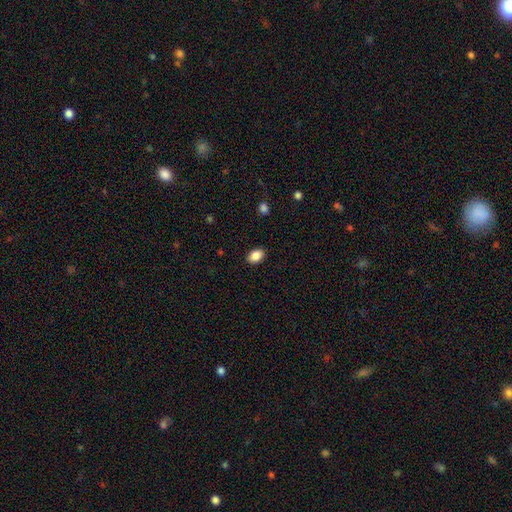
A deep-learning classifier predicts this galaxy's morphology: A smooth galaxy with no disk features (87%) that is in between round and cigar-shaped (85%). Merging: none (89%).